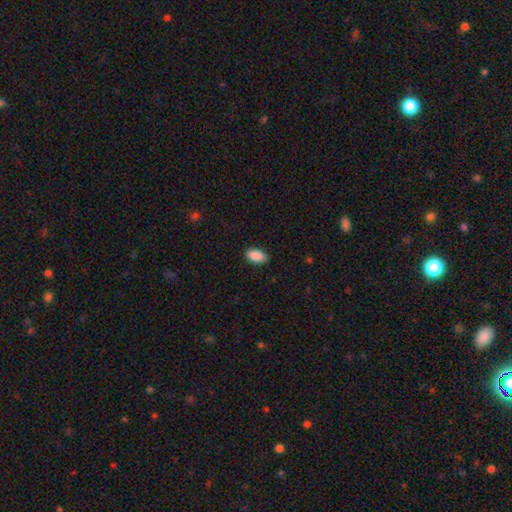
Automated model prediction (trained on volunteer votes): Smooth or featured: smooth — 90% (star or artifact — 7%)
How rounded: in between — 94% (round — 4%)
Merging: none — 88% (minor disturbance — 9%)